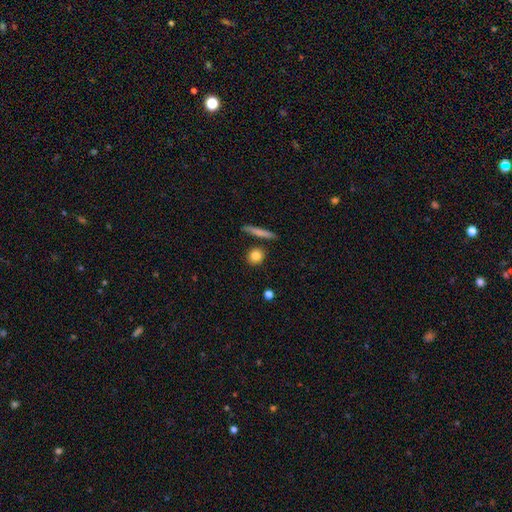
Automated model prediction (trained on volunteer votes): smooth-or-featured: smooth: 83% | featured or disk: 9% | star or artifact: 8%
  how-rounded: round: 76% | in between: 18% | cigar-shaped: 7%
  merging: none: 83% | minor disturbance: 9% | merger: 6% | major disturbance: 3%